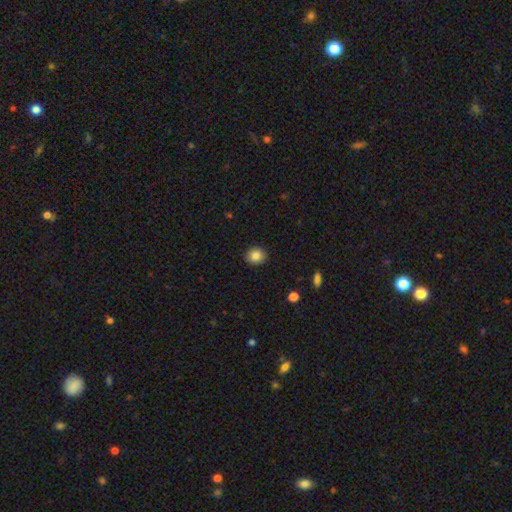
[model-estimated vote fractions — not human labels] smooth-or-featured: smooth: 85% | star or artifact: 9% | featured or disk: 6%
  how-rounded: round: 79% | in between: 20% | cigar-shaped: 1%
  merging: none: 91% | minor disturbance: 7% | major disturbance: 2% | merger: 1%